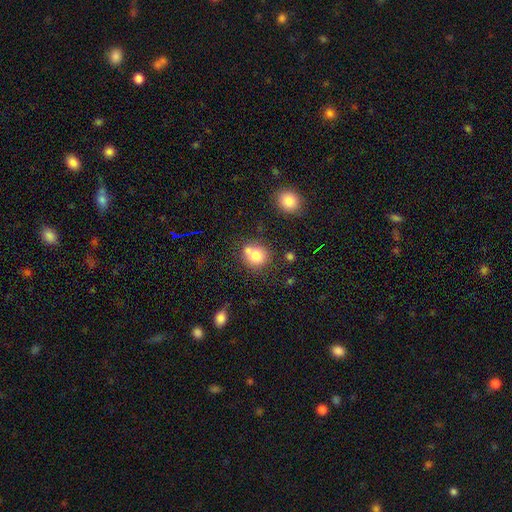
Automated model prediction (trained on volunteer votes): Smooth or featured? Predicted: smooth (p=0.76). How rounded? Predicted: round (p=0.78). Merging? Predicted: none (p=0.55).